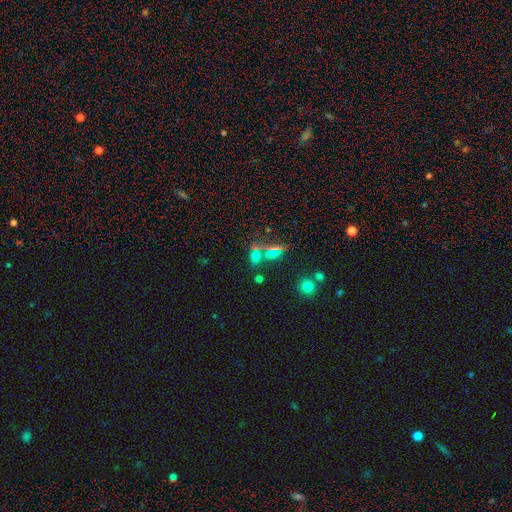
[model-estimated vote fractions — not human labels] Q: Smooth or featured?
A: smooth (51%); runner-up: star or artifact (34%)
Q: How rounded?
A: in between (57%); runner-up: round (33%)
Q: Merging?
A: none (47%); runner-up: merger (35%)